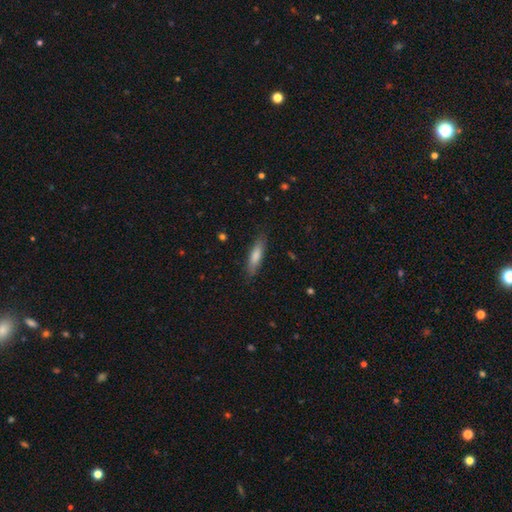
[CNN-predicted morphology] Smooth or featured? smooth (78%)
How rounded? cigar-shaped (68%)
Merging? none (83%)